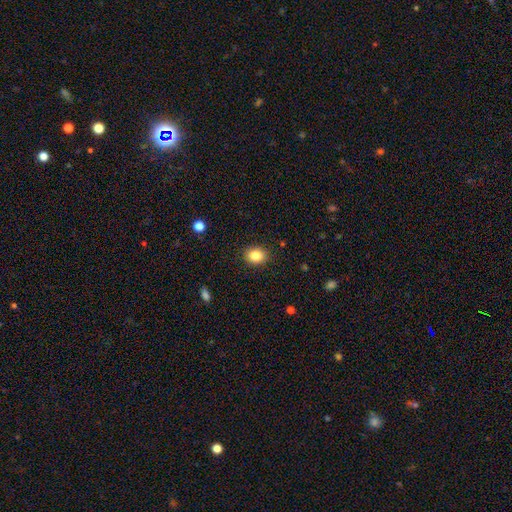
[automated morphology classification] smooth-or-featured: smooth: 84% | star or artifact: 10% | featured or disk: 6%
  how-rounded: round: 59% | in between: 40% | cigar-shaped: 1%
  merging: none: 89% | minor disturbance: 7% | major disturbance: 2% | merger: 1%